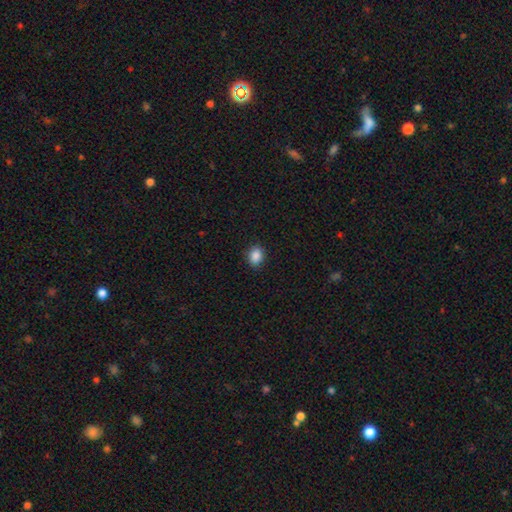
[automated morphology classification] The model was most divided on "how rounded": in between: 59%, round: 40%, cigar-shaped: 1%. More confident: merging — none (89%); smooth or featured — smooth (88%).